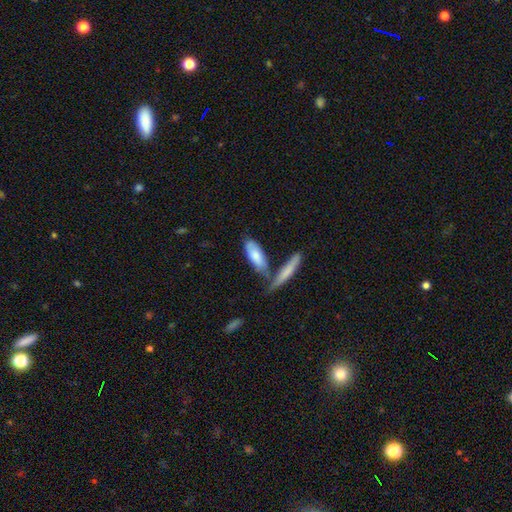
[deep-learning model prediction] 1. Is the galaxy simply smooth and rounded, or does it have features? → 72% smooth, 23% featured or disk, 5% star or artifact.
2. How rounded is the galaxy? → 63% in between, 35% cigar-shaped, 2% round.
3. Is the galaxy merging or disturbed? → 45% none, 28% merger, 20% minor disturbance, 7% major disturbance.